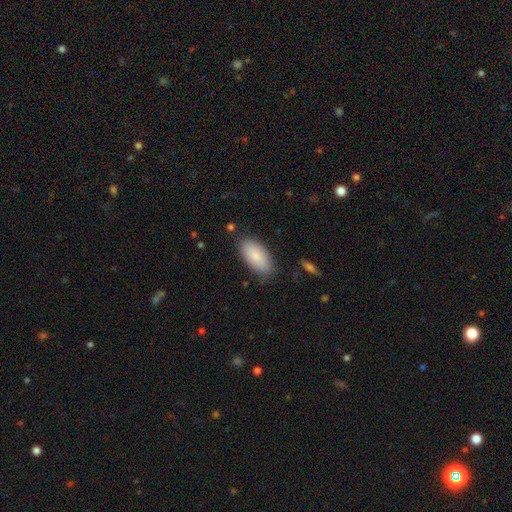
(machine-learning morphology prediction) Smooth or featured?
  - smooth: 85% *
  - featured or disk: 9%
  - star or artifact: 6%
How rounded?
  - in between: 92% *
  - cigar-shaped: 6%
  - round: 2%
Merging?
  - none: 80% *
  - minor disturbance: 14%
  - major disturbance: 3%
  - merger: 2%